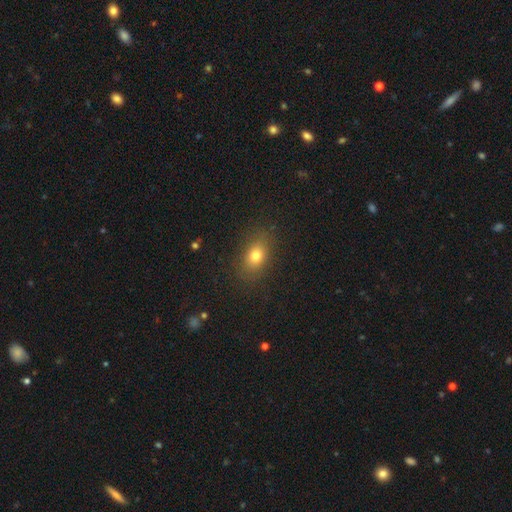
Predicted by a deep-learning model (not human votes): A smooth galaxy with no disk features (76%) that is in between round and cigar-shaped (70%).

Vote fractions:
- Smooth or featured? smooth: 76% / star or artifact: 13% / featured or disk: 11%
- How rounded? in between: 70% / round: 27% / cigar-shaped: 3%
- Merging? none: 84% / minor disturbance: 11% / major disturbance: 4% / merger: 1%